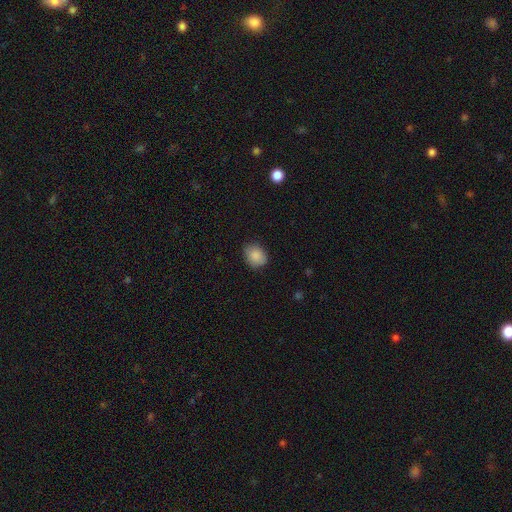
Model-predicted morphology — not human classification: Q: Smooth or featured?
A: smooth (88%); runner-up: star or artifact (8%)
Q: How rounded?
A: round (52%); runner-up: in between (47%)
Q: Merging?
A: none (79%); runner-up: minor disturbance (17%)